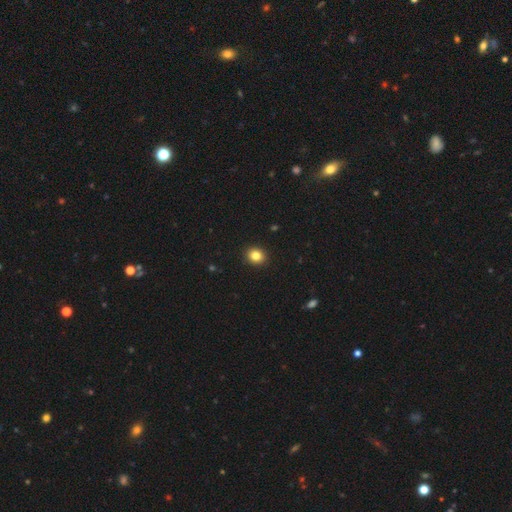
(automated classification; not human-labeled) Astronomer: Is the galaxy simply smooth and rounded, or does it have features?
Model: smooth — 84%.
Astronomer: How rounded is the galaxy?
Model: round — 72%.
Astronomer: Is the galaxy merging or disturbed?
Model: none — 92%.